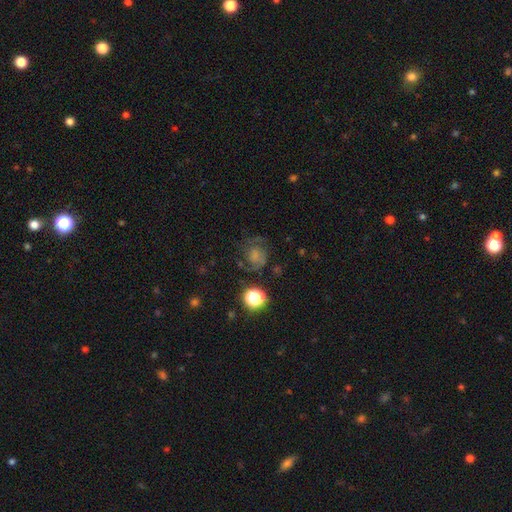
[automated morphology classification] smooth 41% (tied), featured or disk 41% (tied), star or artifact 19%. Down the decision tree: merging — none (53%).